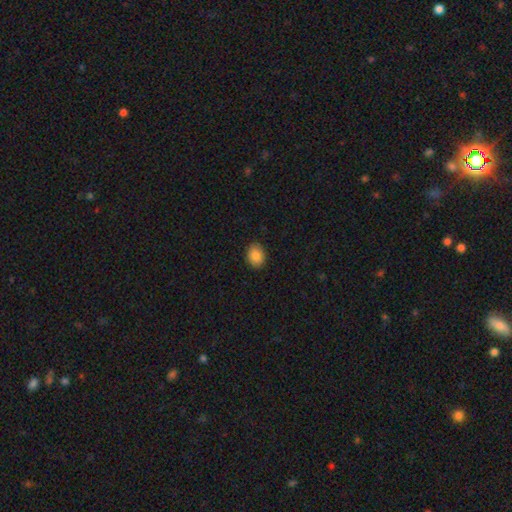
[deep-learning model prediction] Morphology: type=smooth (88%); roundness=in between (63%); merging=none (88%).